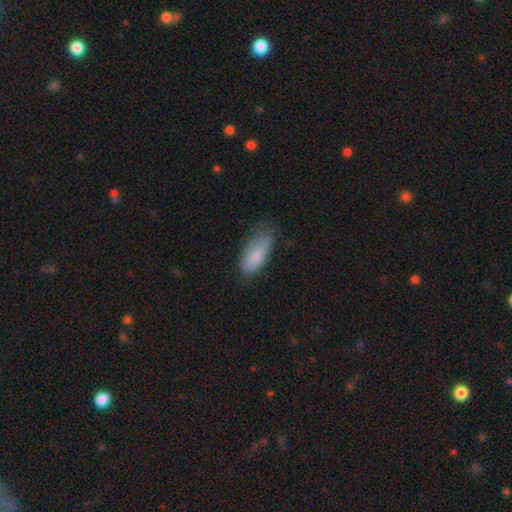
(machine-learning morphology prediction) A smooth galaxy with no disk features (81%) that is in between round and cigar-shaped (79%). Merging: none (51%).